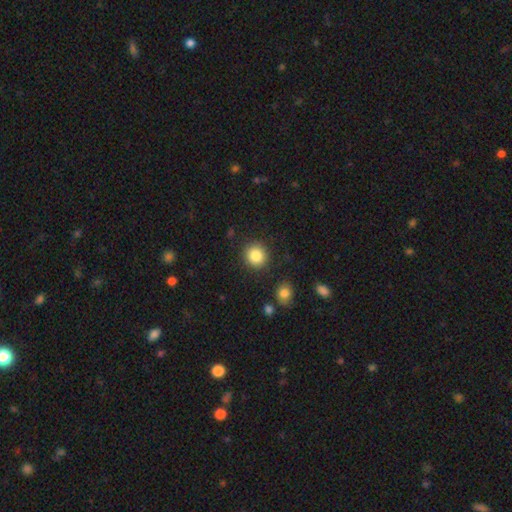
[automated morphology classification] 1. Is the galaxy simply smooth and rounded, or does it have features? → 85% smooth, 10% star or artifact, 5% featured or disk.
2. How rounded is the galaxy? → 91% round, 8% in between, 1% cigar-shaped.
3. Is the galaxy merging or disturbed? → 88% none, 7% minor disturbance, 3% major disturbance, 2% merger.